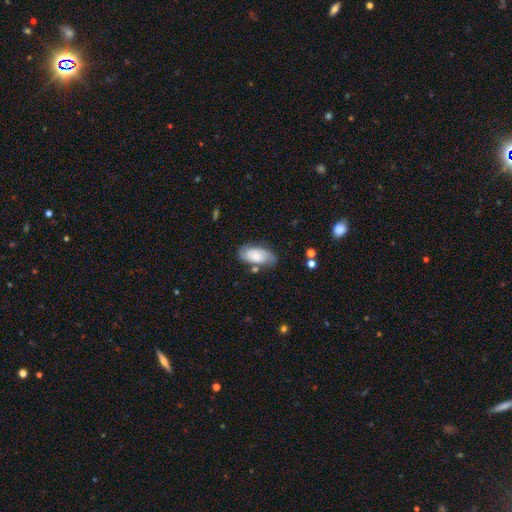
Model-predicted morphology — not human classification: This appears to be a smooth galaxy with no disk features (47%). Merging: none (66%).